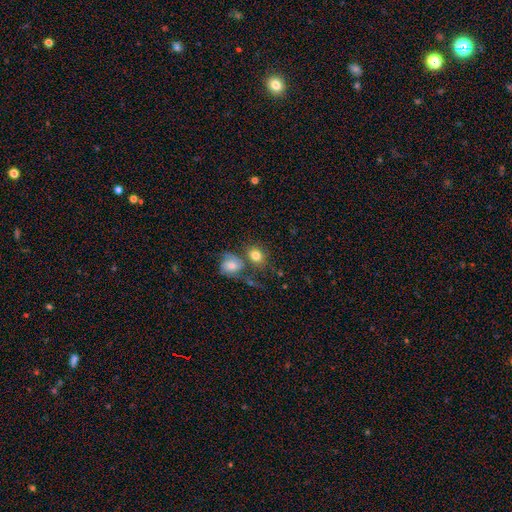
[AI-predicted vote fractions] The model was most divided on "merging": none: 47%, merger: 33%, minor disturbance: 13%, major disturbance: 7%. More confident: smooth or featured — smooth (77%); how rounded — round (61%).